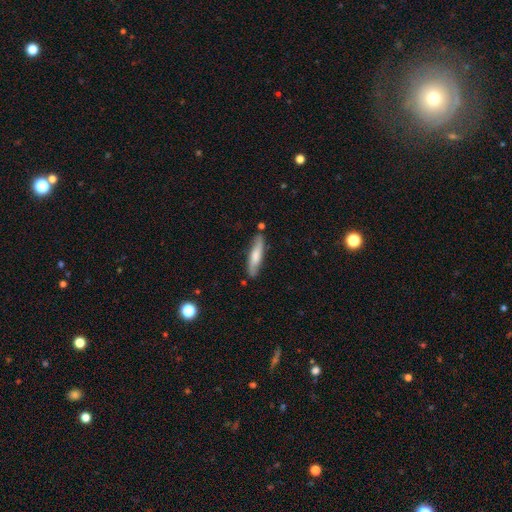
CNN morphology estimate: smooth-or-featured: smooth: 64% | featured or disk: 31% | star or artifact: 6%
  how-rounded: cigar-shaped: 81% | in between: 17% | round: 2%
  merging: none: 79% | minor disturbance: 15% | merger: 3% | major disturbance: 3%